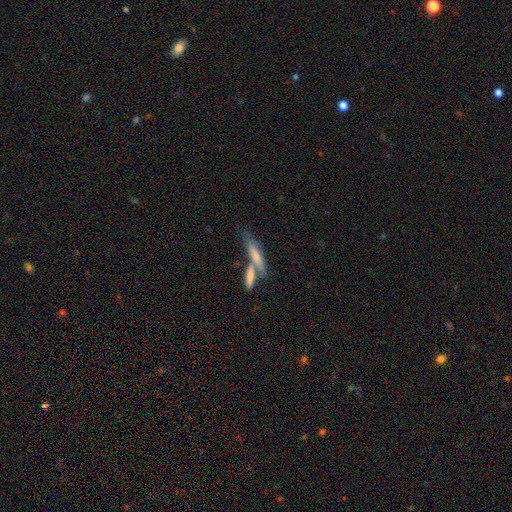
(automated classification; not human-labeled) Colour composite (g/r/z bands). It shows a smooth galaxy with no disk features (63%) that is cigar-shaped (79%). Merging: none (43%).